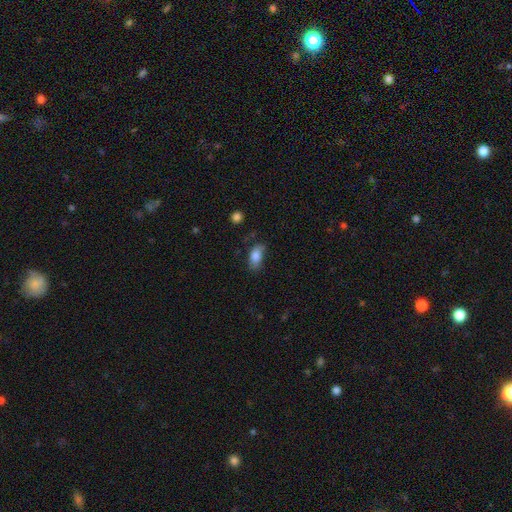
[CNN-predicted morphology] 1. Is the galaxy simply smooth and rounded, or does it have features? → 82% smooth, 11% featured or disk, 8% star or artifact.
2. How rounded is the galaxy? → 89% in between, 6% cigar-shaped, 5% round.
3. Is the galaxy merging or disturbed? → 63% none, 27% minor disturbance, 7% major disturbance, 3% merger.